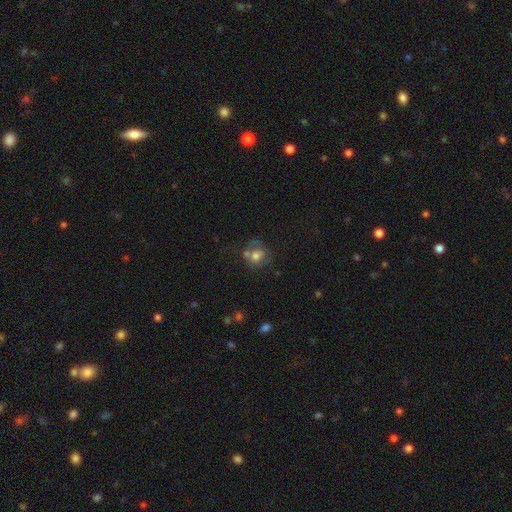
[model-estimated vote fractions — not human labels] smooth 55%, featured or disk 34%, star or artifact 12%. Down the decision tree: how rounded — round (69%); merging — none (40%).